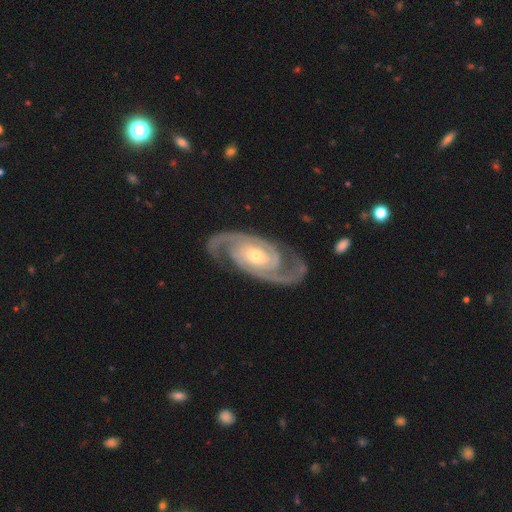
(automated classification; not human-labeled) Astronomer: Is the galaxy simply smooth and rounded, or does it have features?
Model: featured or disk — 94%.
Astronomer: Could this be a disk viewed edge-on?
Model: no — 97%.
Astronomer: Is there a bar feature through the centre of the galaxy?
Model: no — 59%.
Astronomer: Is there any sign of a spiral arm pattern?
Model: yes — 98%.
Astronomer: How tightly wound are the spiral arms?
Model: tight — 51% (runner-up: medium, 41%).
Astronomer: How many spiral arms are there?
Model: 2 — 92%.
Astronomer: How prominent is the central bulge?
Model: small — 52% (runner-up: moderate, 44%).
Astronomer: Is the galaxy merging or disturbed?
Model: none — 81%.